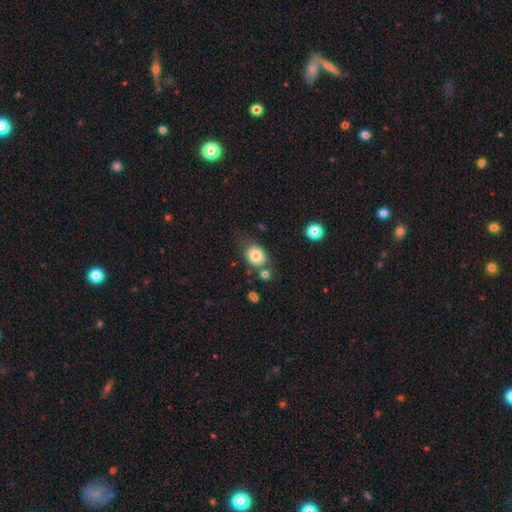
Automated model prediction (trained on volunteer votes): Smooth or featured?
  - smooth: 81% *
  - featured or disk: 9%
  - star or artifact: 9%
How rounded?
  - round: 57% *
  - in between: 42%
  - cigar-shaped: 1%
Merging?
  - none: 63% *
  - minor disturbance: 20%
  - merger: 11%
  - major disturbance: 7%